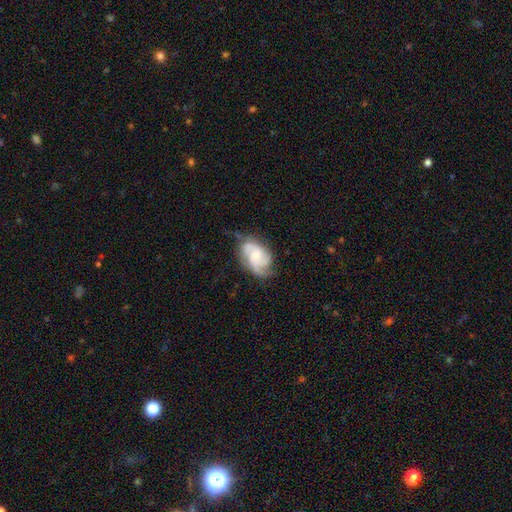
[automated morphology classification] smooth_or_featured: featured or disk (p=0.78) [alt: smooth p=0.16]
disk_edge_on: no (p=0.97) [alt: yes p=0.03]
bar: no (p=0.67) [alt: weak p=0.29]
has_spiral_arms: yes (p=0.95) [alt: no p=0.05]
spiral_winding: medium (p=0.45) [alt: tight p=0.39]
spiral_arm_count: 3 (p=0.38) [alt: 2 p=0.32]
bulge_size: small (p=0.50) [alt: moderate p=0.39]
merging: none (p=0.58) [alt: minor disturbance p=0.27]